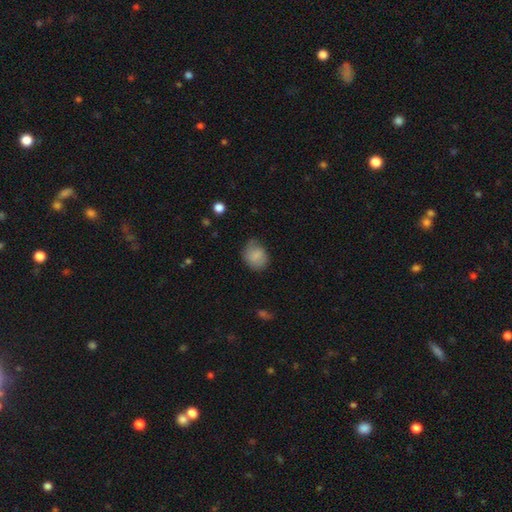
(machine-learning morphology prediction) A smooth galaxy with no disk features (80%) that is in between round and cigar-shaped (51%). Merging: none (60%).